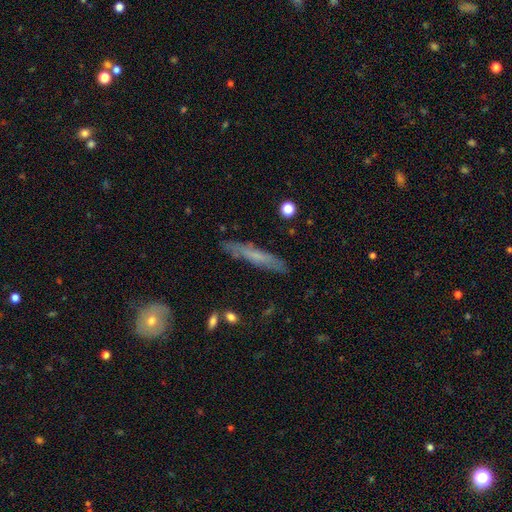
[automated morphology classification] The model was most divided on "smooth or featured": smooth: 52%, featured or disk: 41%, star or artifact: 8%. More confident: how rounded — cigar-shaped (91%); merging — none (82%).